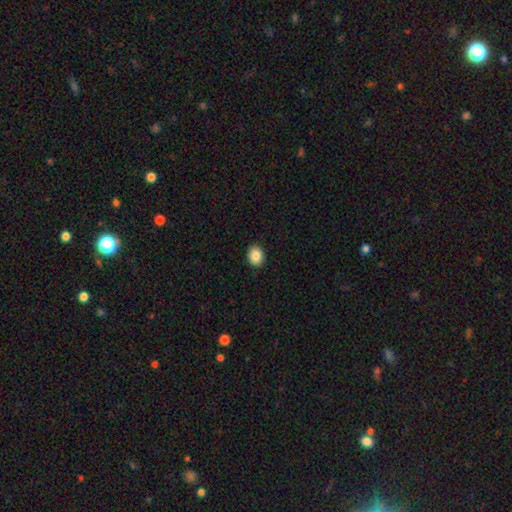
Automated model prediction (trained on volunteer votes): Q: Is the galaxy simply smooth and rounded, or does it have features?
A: smooth — 86%.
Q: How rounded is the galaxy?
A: round — 53%.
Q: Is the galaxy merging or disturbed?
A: none — 92%.